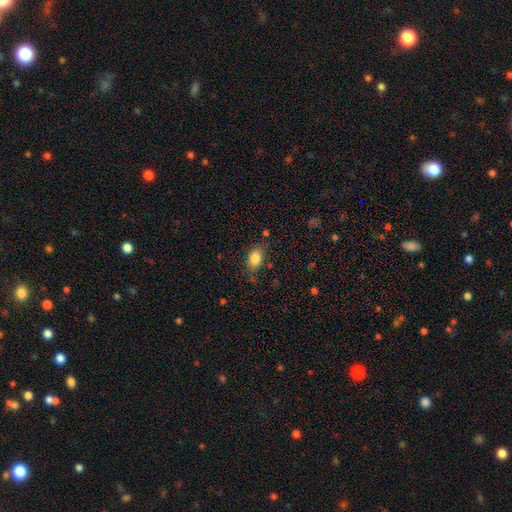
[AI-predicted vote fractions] Overall: smooth (84%). How rounded: in between (85%). Merging: none (76%).